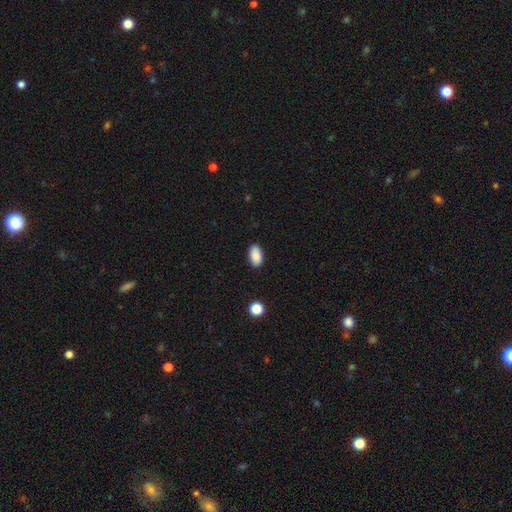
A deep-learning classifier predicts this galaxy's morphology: smooth-or-featured: smooth: 86% | star or artifact: 8% | featured or disk: 6%
  how-rounded: in between: 93% | round: 5% | cigar-shaped: 2%
  merging: none: 87% | minor disturbance: 10% | major disturbance: 2% | merger: 1%